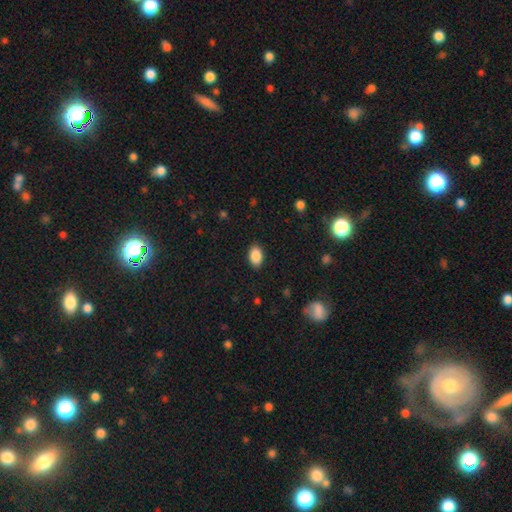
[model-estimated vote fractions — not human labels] This is clearly a smooth galaxy (88%). How rounded: clearly in between (89%). Merging: clearly none (88%).